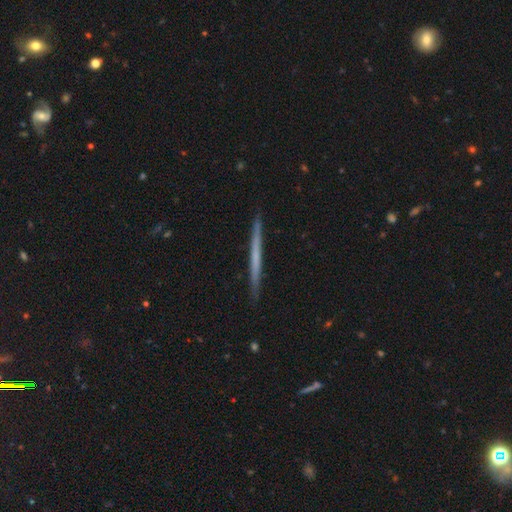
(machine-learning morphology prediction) This appears to be a featured or disk galaxy (52%) viewed edge-on (98%) with no central bulge (90%). Merging: none (92%).